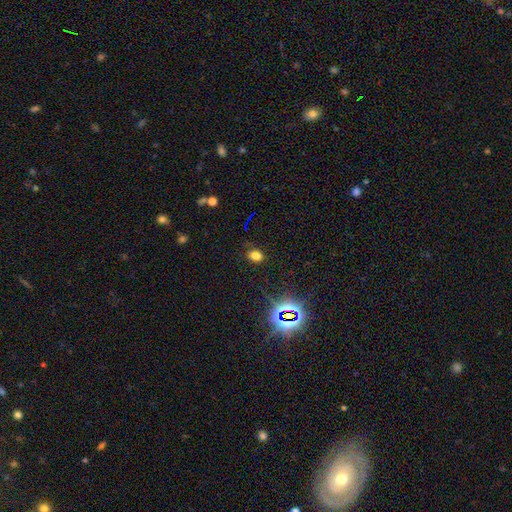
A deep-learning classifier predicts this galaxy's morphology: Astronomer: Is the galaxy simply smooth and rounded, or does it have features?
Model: smooth — 71%.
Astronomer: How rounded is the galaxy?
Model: in between — 70%.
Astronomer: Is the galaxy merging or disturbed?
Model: none — 81%.